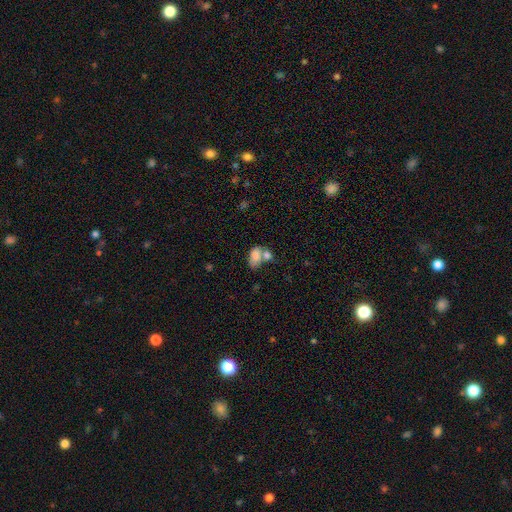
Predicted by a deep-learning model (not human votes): This is likely a smooth galaxy (79%). How rounded: clearly in between (89%). Merging: possibly merger (51%).